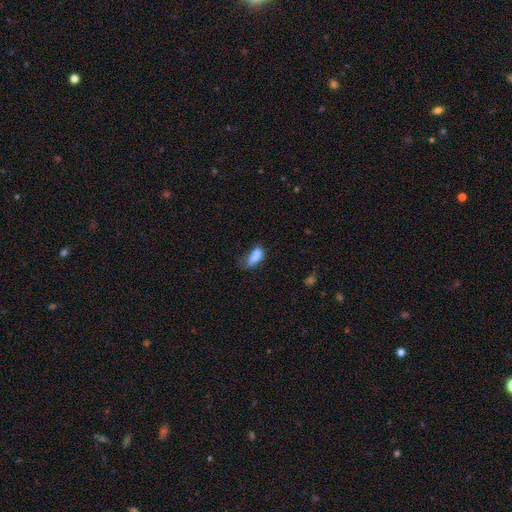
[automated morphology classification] smooth_or_featured: smooth (p=0.82) [alt: star or artifact p=0.09]
how_rounded: in between (p=0.82) [alt: cigar-shaped p=0.15]
merging: minor disturbance (p=0.36) [alt: none p=0.35]